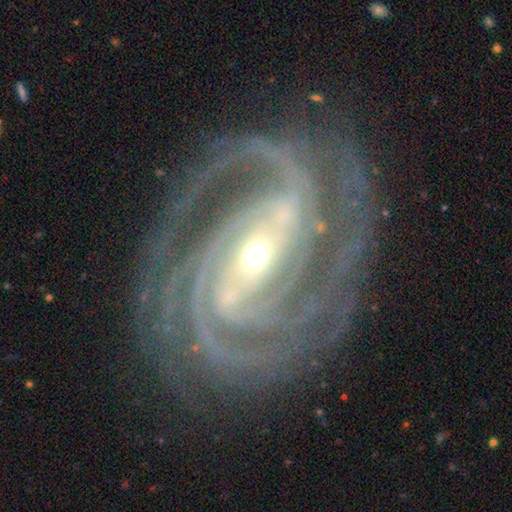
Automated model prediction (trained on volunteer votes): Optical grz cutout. It shows a featured or disk galaxy (94%) with a strong bar (54%), 3 (27%) tight (72%) spiral arms (99%) and a small central bulge (62%). Merging: none (76%).